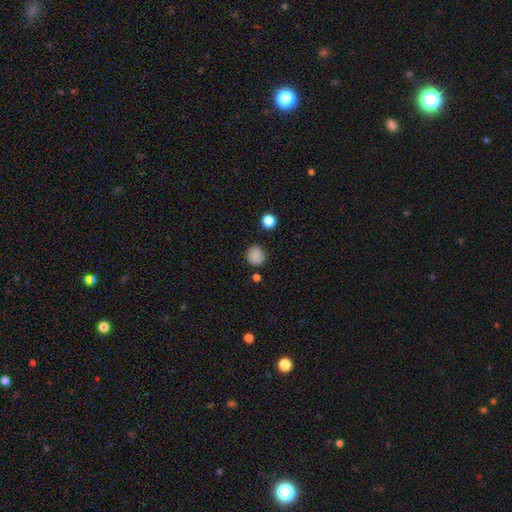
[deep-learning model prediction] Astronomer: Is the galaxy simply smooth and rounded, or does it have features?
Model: smooth — 84%.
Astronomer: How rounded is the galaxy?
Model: round — 86%.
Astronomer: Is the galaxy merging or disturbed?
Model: none — 82%.